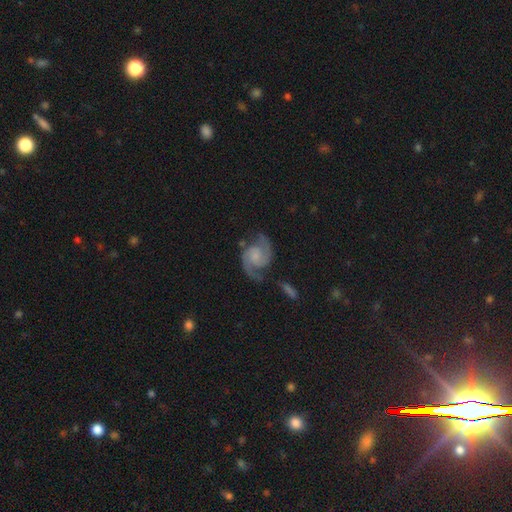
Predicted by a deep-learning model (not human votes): The model was most divided on "bulge size": small: 38%, none: 33%, moderate: 22%, large: 5%, dominant: 2%. More confident: edge-on disk — no (98%); spiral arms — yes (98%); spiral arm count — 2 (94%); smooth or featured — featured or disk (91%); merging — none (72%); bar — no (60%); spiral winding — medium (58%).